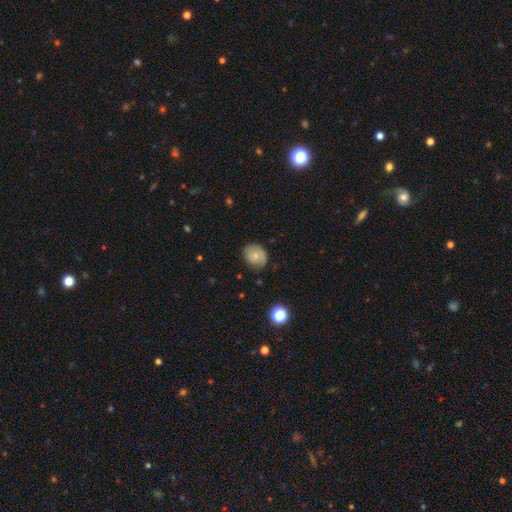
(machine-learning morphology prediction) This is likely a smooth galaxy (63%). How rounded: likely round (65%). Merging: likely none (72%).